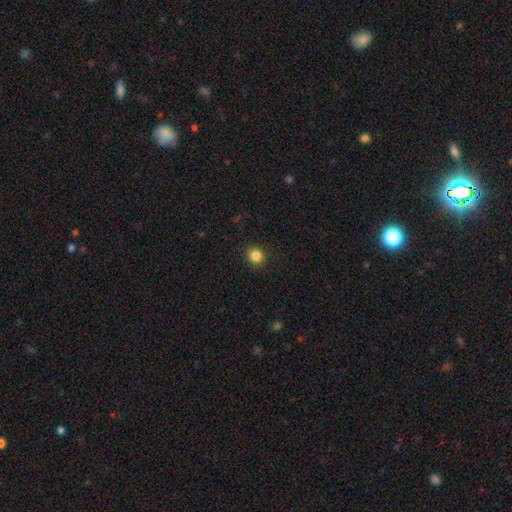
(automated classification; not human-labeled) Smooth or featured?
  - smooth: 85% *
  - star or artifact: 11%
  - featured or disk: 4%
How rounded?
  - round: 93% *
  - in between: 6%
  - cigar-shaped: 1%
Merging?
  - none: 91% *
  - minor disturbance: 6%
  - major disturbance: 2%
  - merger: 1%